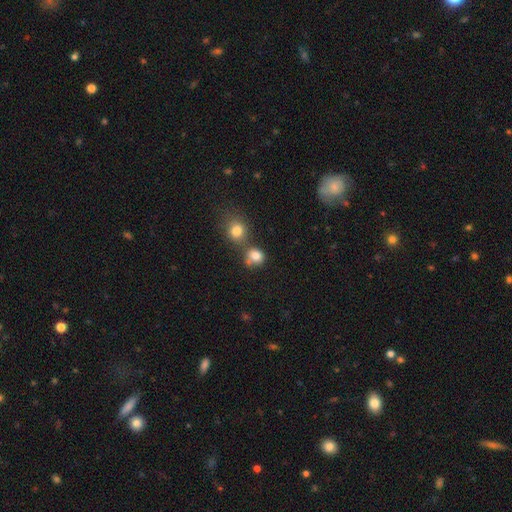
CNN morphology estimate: A smooth galaxy with no disk features (81%) that is round (70%).

Vote fractions:
- Smooth or featured? smooth: 81% / star or artifact: 11% / featured or disk: 8%
- How rounded? round: 70% / in between: 29% / cigar-shaped: 1%
- Merging? none: 46% / merger: 37% / minor disturbance: 11% / major disturbance: 5%